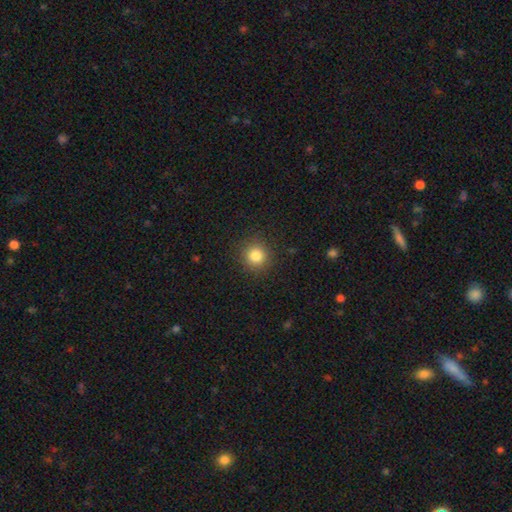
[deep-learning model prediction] A smooth galaxy with no disk features (83%) that is round (92%).

Vote fractions:
- Smooth or featured? smooth: 83% / star or artifact: 12% / featured or disk: 6%
- How rounded? round: 92% / in between: 7% / cigar-shaped: 1%
- Merging? none: 90% / minor disturbance: 6% / major disturbance: 3% / merger: 1%